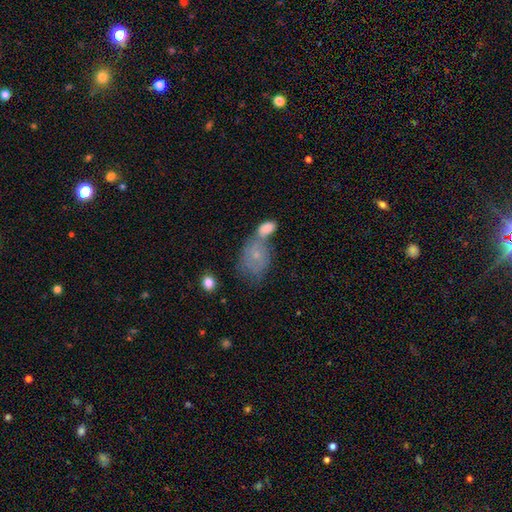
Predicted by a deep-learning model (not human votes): Overall: smooth (61%; featured or disk 29%). How rounded: in between (70%). Merging: merger (51%; none 25%).